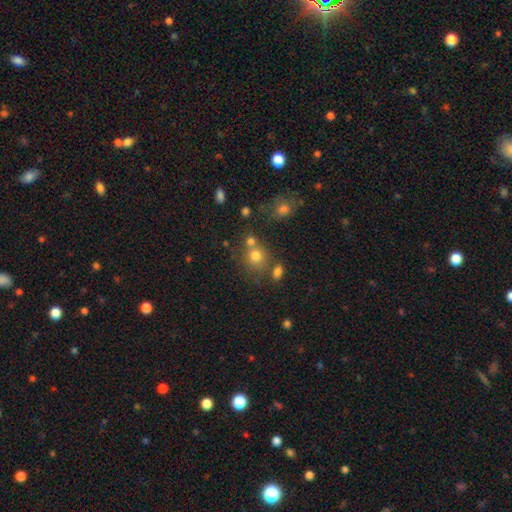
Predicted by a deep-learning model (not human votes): smooth-or-featured: smooth: 74% | star or artifact: 16% | featured or disk: 10%
  how-rounded: round: 80% | in between: 19% | cigar-shaped: 1%
  merging: none: 57% | merger: 26% | minor disturbance: 11% | major disturbance: 5%